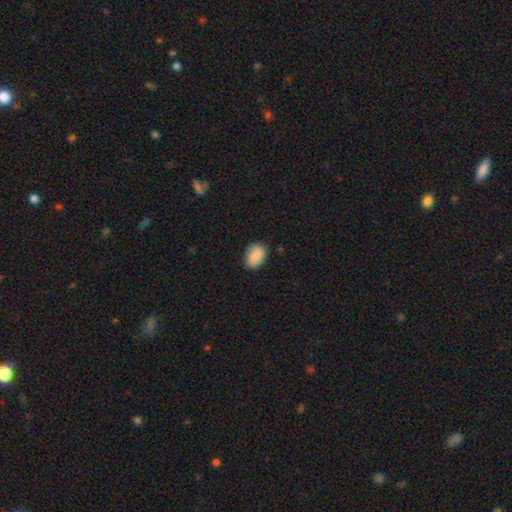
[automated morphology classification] smooth-or-featured: smooth: 83% | featured or disk: 10% | star or artifact: 7%
  how-rounded: in between: 74% | round: 25% | cigar-shaped: 1%
  merging: none: 72% | minor disturbance: 22% | major disturbance: 4% | merger: 1%